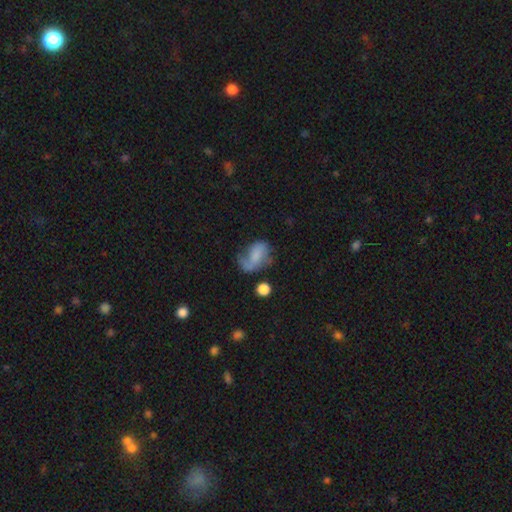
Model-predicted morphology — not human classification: Q: Smooth or featured?
A: smooth (45%); runner-up: featured or disk (44%)
Q: Merging?
A: none (35%); runner-up: major disturbance (34%)